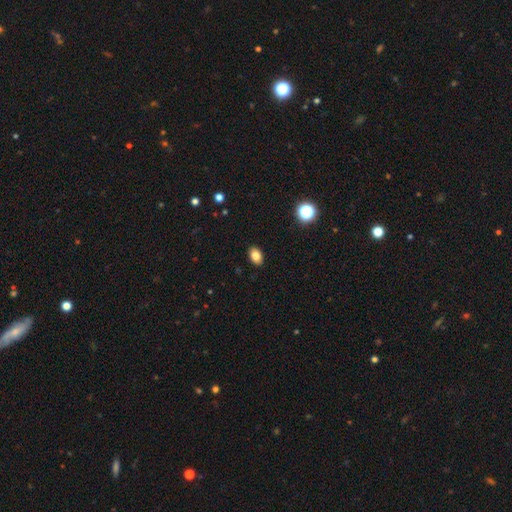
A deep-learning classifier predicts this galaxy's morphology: The model was most divided on "smooth or featured": smooth: 83%, star or artifact: 10%, featured or disk: 7%. More confident: merging — none (90%); how rounded — in between (86%).